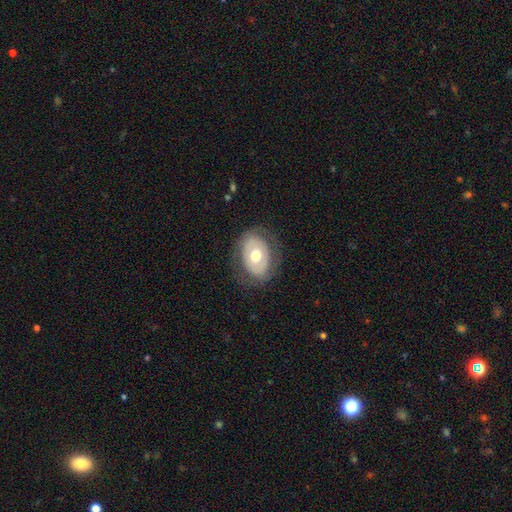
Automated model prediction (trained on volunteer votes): smooth_or_featured: smooth (p=0.50) [alt: featured or disk p=0.43]
how_rounded: in between (p=0.71) [alt: round p=0.28]
merging: none (p=0.78) [alt: minor disturbance p=0.14]